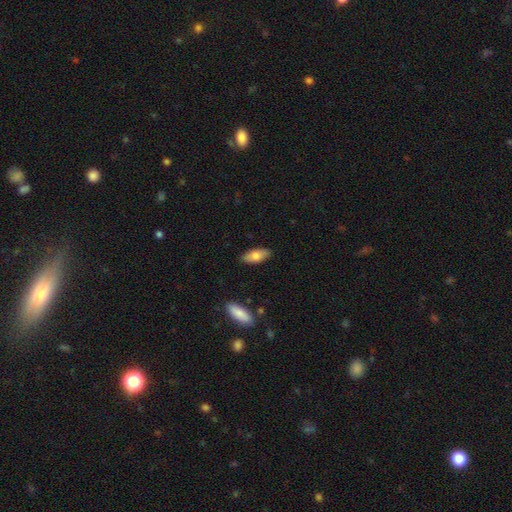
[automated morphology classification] Overall: smooth (78%). How rounded: in between (83%). Merging: none (86%).